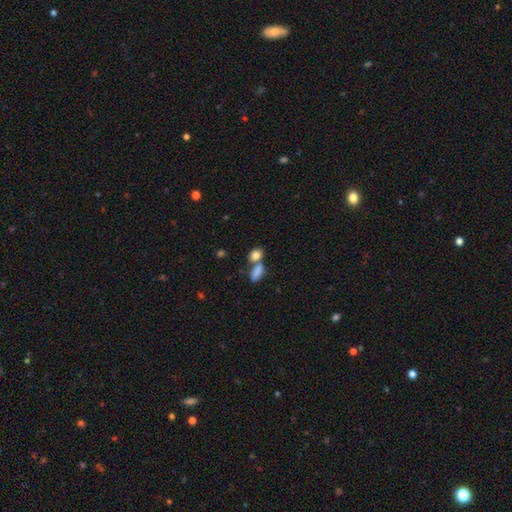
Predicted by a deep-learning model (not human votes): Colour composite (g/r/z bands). It shows a smooth galaxy with no disk features (84%) that is in between round and cigar-shaped (67%). Merging: merger (44%).